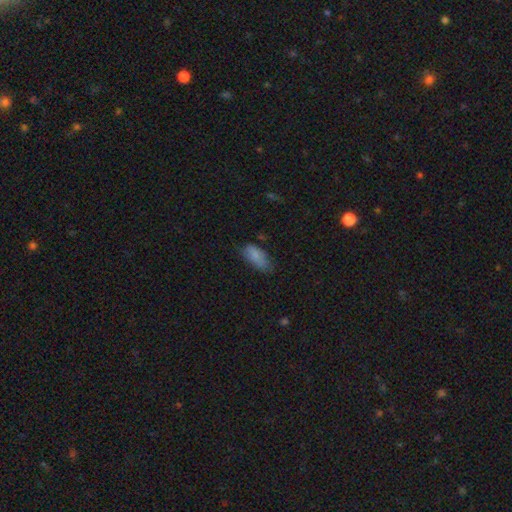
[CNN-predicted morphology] Q: Smooth or featured?
A: smooth (81%); runner-up: featured or disk (10%)
Q: How rounded?
A: in between (87%); runner-up: cigar-shaped (11%)
Q: Merging?
A: none (58%); runner-up: minor disturbance (31%)